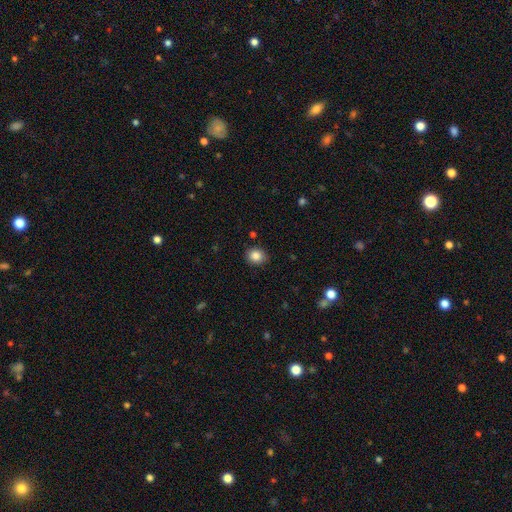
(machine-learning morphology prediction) smooth_or_featured: smooth (p=0.85) [alt: star or artifact p=0.10]
how_rounded: round (p=0.70) [alt: in between p=0.29]
merging: none (p=0.88) [alt: minor disturbance p=0.09]